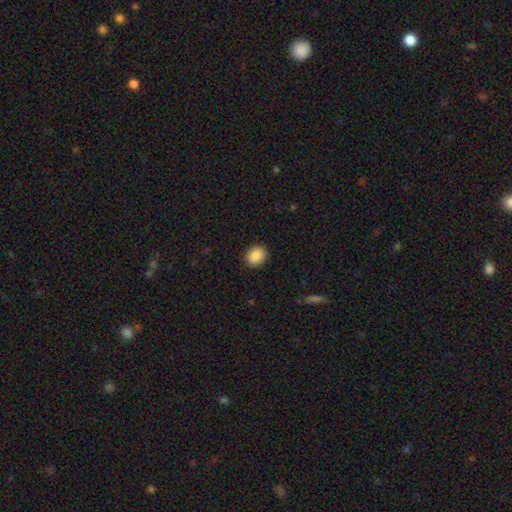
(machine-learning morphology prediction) smooth 89%, star or artifact 8%, featured or disk 3%. Down the decision tree: how rounded — round (61%); merging — none (90%).